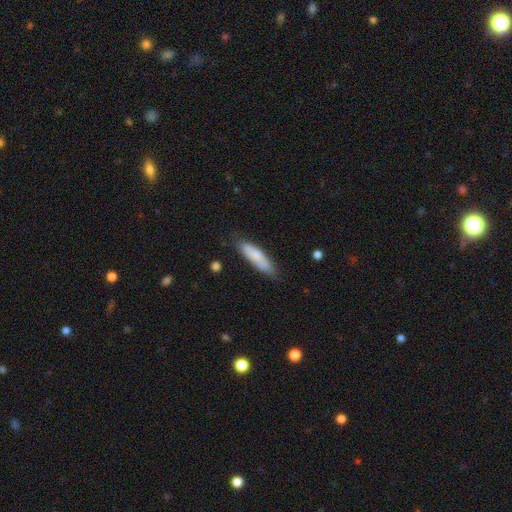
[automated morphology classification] smooth-or-featured: smooth: 73% | featured or disk: 21% | star or artifact: 6%
  how-rounded: cigar-shaped: 68% | in between: 31% | round: 2%
  merging: none: 74% | minor disturbance: 20% | major disturbance: 4% | merger: 2%